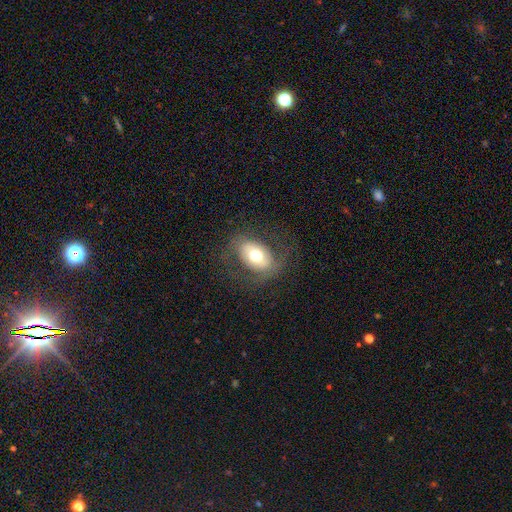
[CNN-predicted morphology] Smooth or featured? Predicted: smooth (p=0.52). How rounded? Predicted: in between (p=0.75). Merging? Predicted: none (p=0.72).